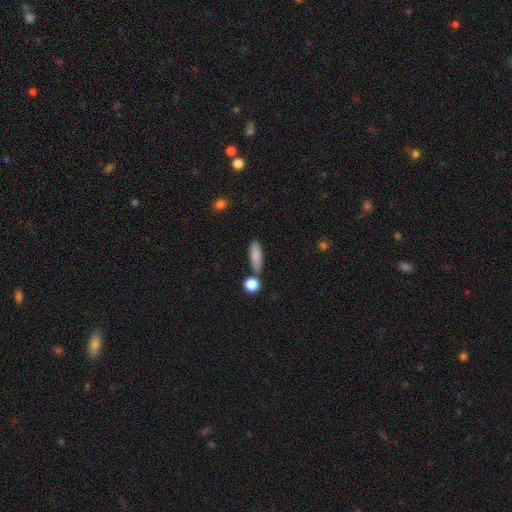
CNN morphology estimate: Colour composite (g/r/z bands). It shows a smooth galaxy with no disk features (83%) that is cigar-shaped (52%). Merging: none (77%).